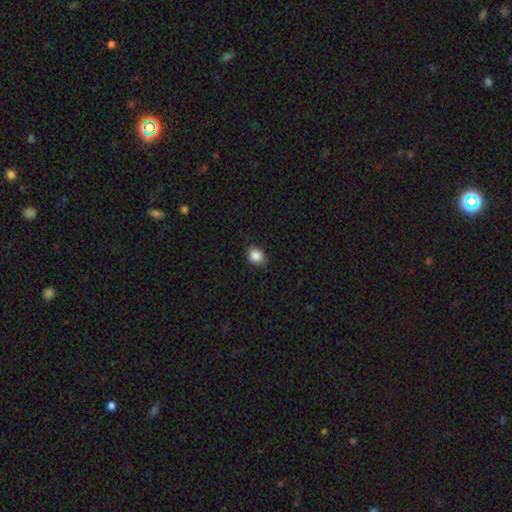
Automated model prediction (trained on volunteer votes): Morphology: type=smooth (87%); roundness=round (67%); merging=none (80%).